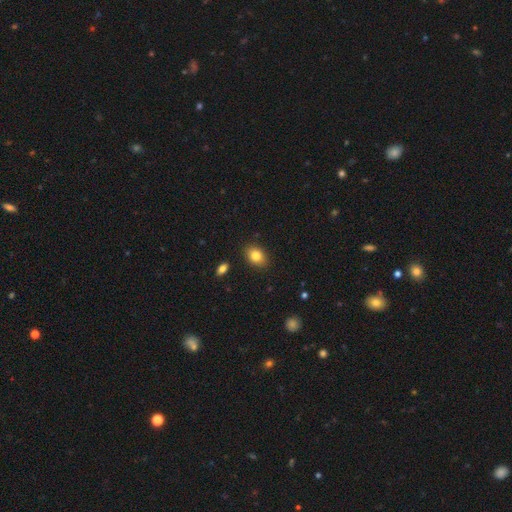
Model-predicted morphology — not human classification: Smooth or featured: smooth — 83% (star or artifact — 9%)
How rounded: in between — 74% (round — 25%)
Merging: none — 87% (minor disturbance — 9%)